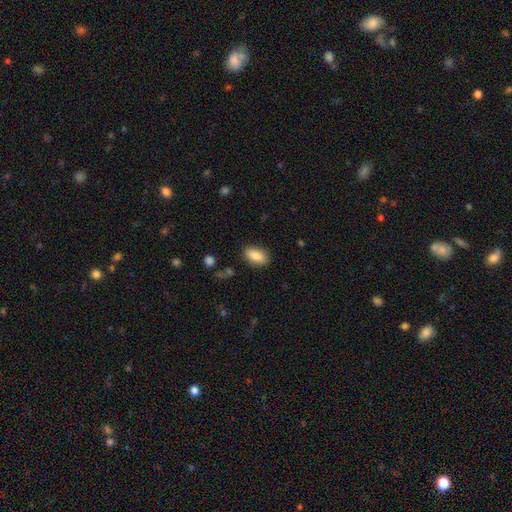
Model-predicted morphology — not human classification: Smooth or featured?
  - smooth: 85% *
  - featured or disk: 7%
  - star or artifact: 7%
How rounded?
  - in between: 89% *
  - cigar-shaped: 7%
  - round: 4%
Merging?
  - none: 86% *
  - minor disturbance: 10%
  - major disturbance: 3%
  - merger: 1%